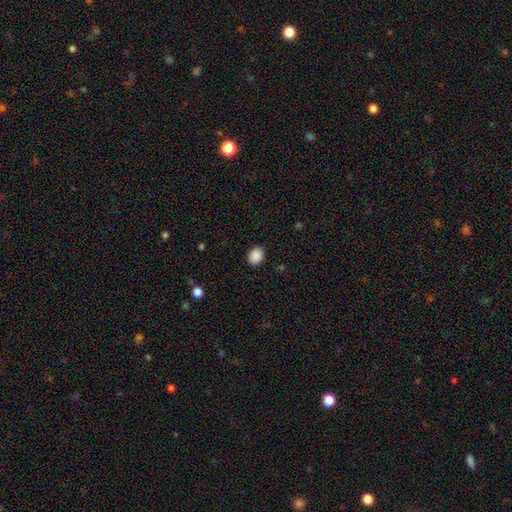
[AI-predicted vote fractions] A smooth galaxy with no disk features (89%) that is in between round and cigar-shaped (52%). Merging: none (89%).